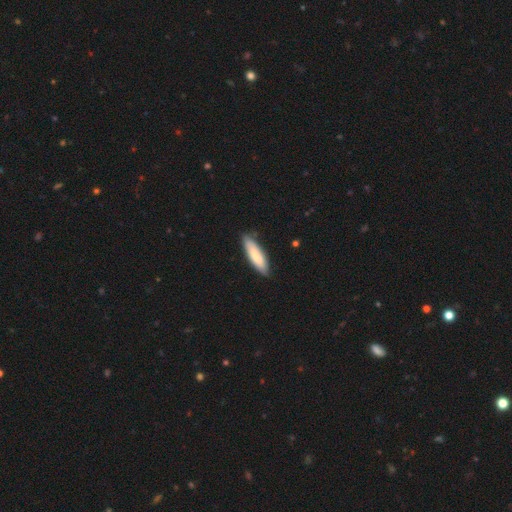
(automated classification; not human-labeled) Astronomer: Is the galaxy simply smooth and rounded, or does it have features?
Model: smooth — 79%.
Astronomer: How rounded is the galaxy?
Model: cigar-shaped — 60% (runner-up: in between, 38%).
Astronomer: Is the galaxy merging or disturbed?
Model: none — 83%.